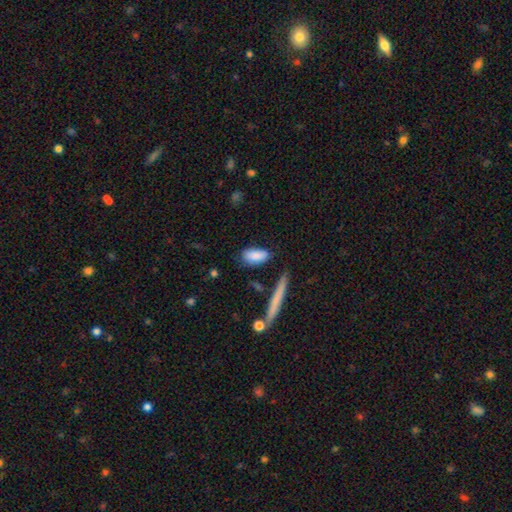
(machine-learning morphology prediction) Overall: smooth (85%). How rounded: in between (83%). Merging: none (71%).